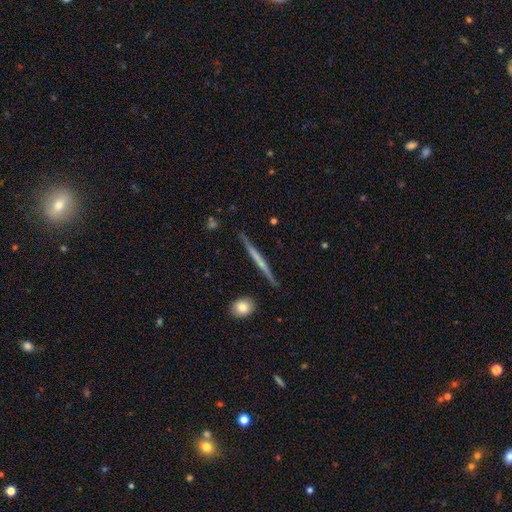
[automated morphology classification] Smooth or featured? Predicted: featured or disk (p=0.55). Edge-on disk? Predicted: yes (p=0.97). Edge-on bulge? Predicted: none (p=0.85). Merging? Predicted: none (p=0.89).